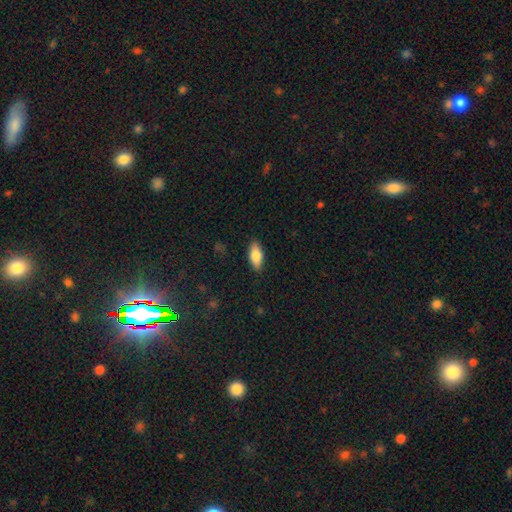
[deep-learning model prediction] This appears to be a smooth galaxy with no disk features (78%) that is in between round and cigar-shaped (83%). Merging: none (87%).